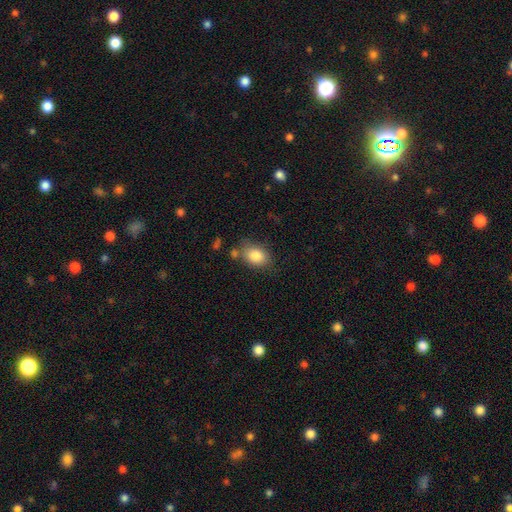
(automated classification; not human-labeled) A smooth galaxy with no disk features (84%) that is in between round and cigar-shaped (74%).

Vote fractions:
- Smooth or featured? smooth: 84% / star or artifact: 8% / featured or disk: 8%
- How rounded? in between: 74% / round: 25% / cigar-shaped: 1%
- Merging? none: 69% / minor disturbance: 19% / merger: 7% / major disturbance: 6%